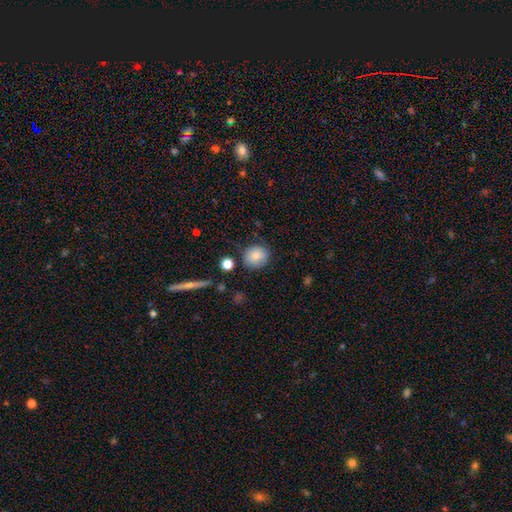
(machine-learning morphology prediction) smooth_or_featured: smooth (p=0.82) [alt: star or artifact p=0.09]
how_rounded: round (p=0.85) [alt: in between p=0.14]
merging: none (p=0.79) [alt: minor disturbance p=0.13]